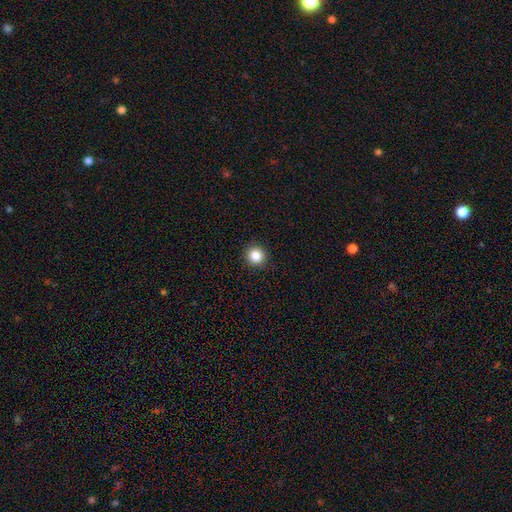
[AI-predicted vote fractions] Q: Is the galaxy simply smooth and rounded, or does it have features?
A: smooth — 85%.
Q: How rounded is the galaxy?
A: round — 93%.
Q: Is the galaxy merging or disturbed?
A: none — 92%.